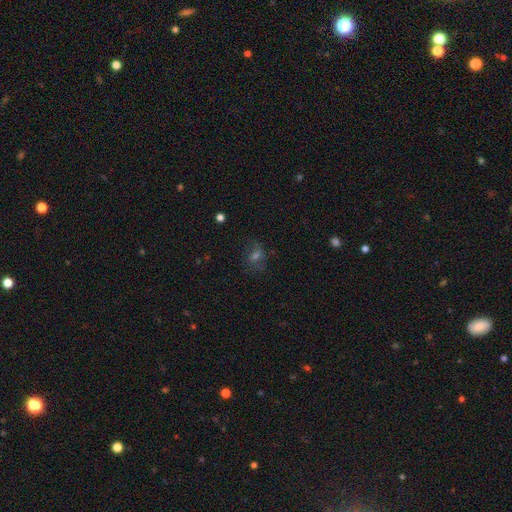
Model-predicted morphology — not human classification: This appears to be a smooth galaxy with no disk features (40%). Merging: none (68%).